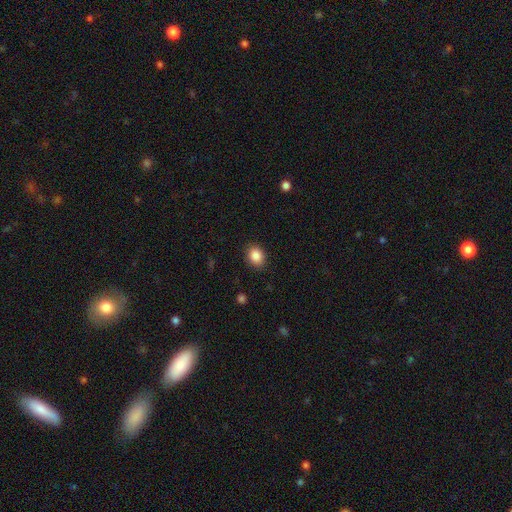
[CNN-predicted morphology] type=smooth (87%); roundness=in between (51%); merging=none (88%).